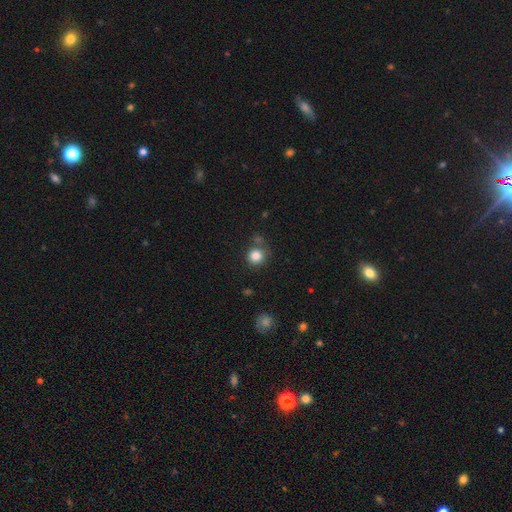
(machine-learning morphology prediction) smooth-or-featured: smooth: 84% | star or artifact: 11% | featured or disk: 5%
  how-rounded: round: 91% | in between: 8% | cigar-shaped: 1%
  merging: none: 73% | minor disturbance: 13% | merger: 10% | major disturbance: 4%